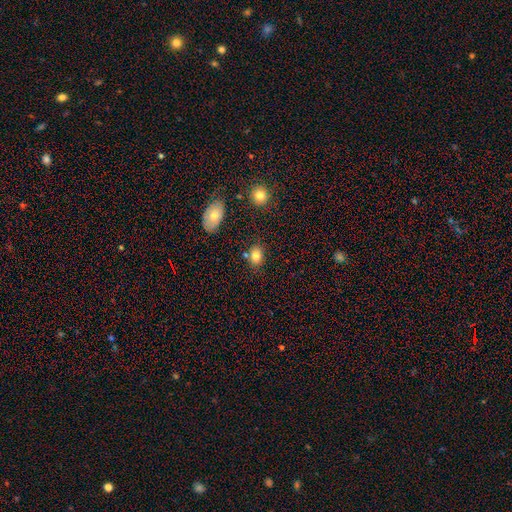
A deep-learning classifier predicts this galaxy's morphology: Smooth or featured? Predicted: smooth (p=0.81). How rounded? Predicted: in between (p=0.68). Merging? Predicted: none (p=0.74).